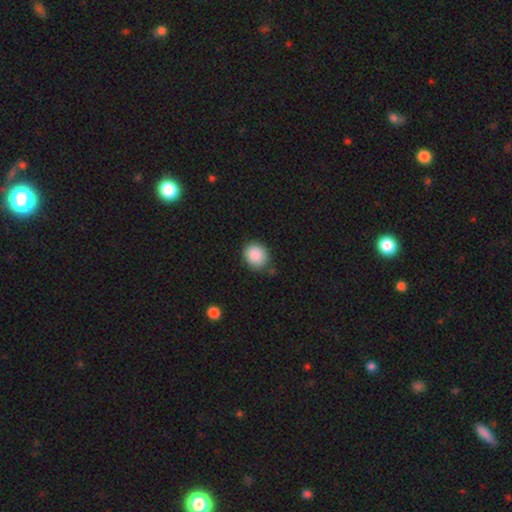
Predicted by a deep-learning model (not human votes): smooth_or_featured: smooth (p=0.89) [alt: star or artifact p=0.08]
how_rounded: round (p=0.74) [alt: in between p=0.25]
merging: none (p=0.82) [alt: minor disturbance p=0.13]